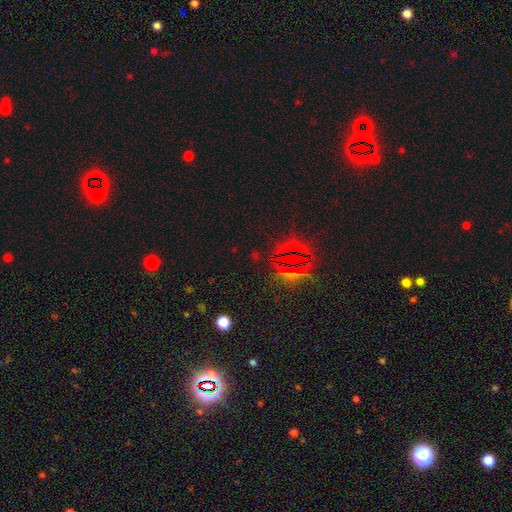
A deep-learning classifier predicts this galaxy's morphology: Overall: star or artifact (74%).